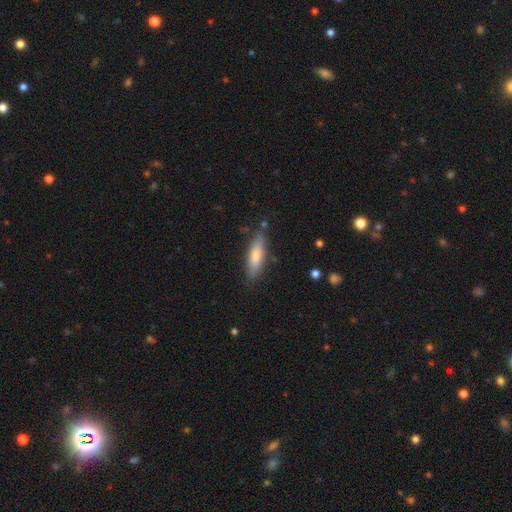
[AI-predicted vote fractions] The model was most divided on "how rounded": cigar-shaped: 65%, in between: 33%, round: 2%. More confident: merging — none (84%); smooth or featured — smooth (65%).